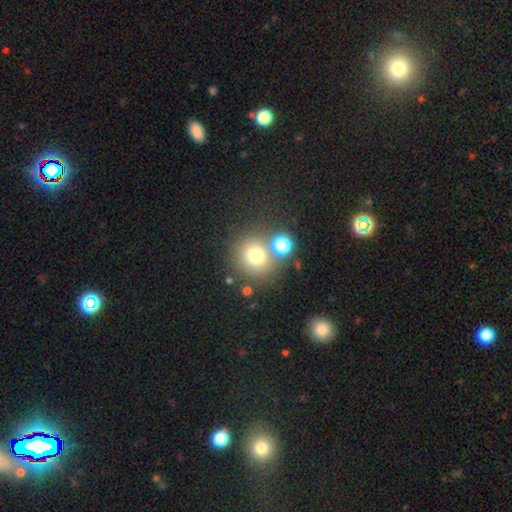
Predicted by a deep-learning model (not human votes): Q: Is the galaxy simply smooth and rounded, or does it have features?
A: smooth — 72%.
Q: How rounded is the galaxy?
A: round — 91%.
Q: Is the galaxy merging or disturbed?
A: none — 70%.